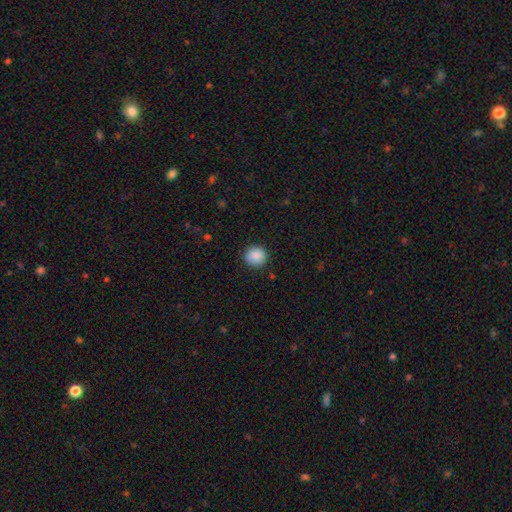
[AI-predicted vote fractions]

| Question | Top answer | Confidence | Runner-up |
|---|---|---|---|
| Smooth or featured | smooth | 88% | star or artifact (8%) |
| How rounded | round | 88% | in between (11%) |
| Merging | none | 88% | minor disturbance (9%) |